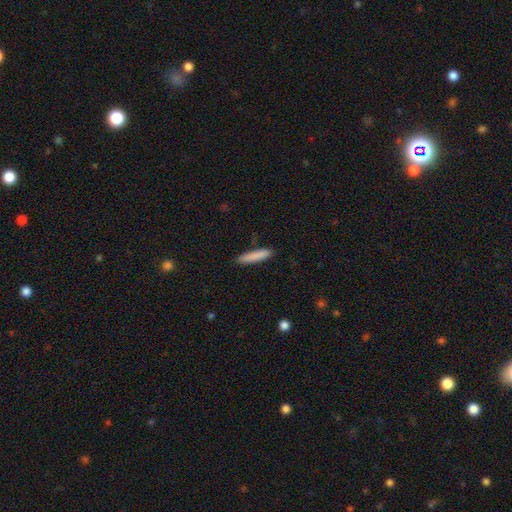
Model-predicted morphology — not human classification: smooth 85%, featured or disk 9%, star or artifact 6%. Down the decision tree: how rounded — cigar-shaped (89%); merging — none (87%).